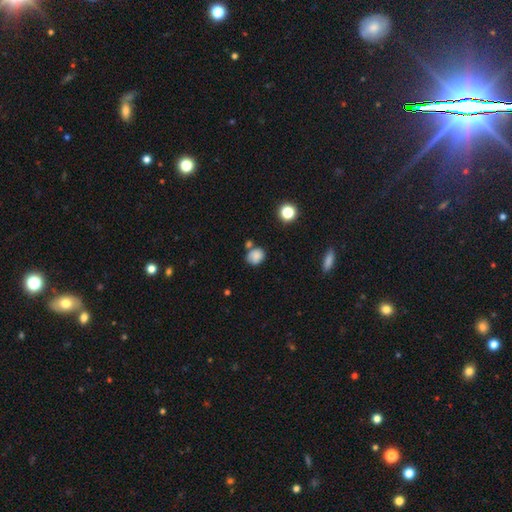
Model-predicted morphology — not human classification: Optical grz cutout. It shows a smooth galaxy with no disk features (79%) that is round (57%). Merging: none (57%).